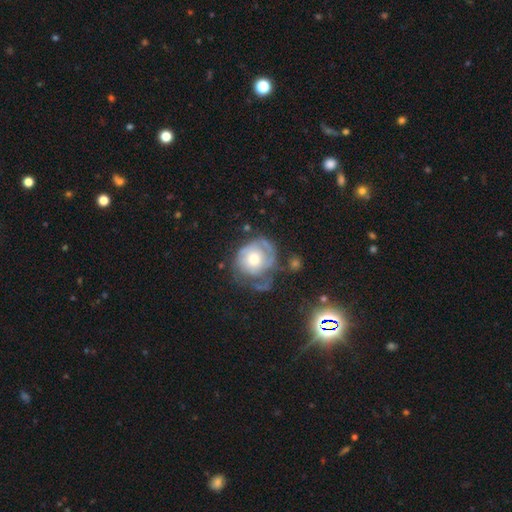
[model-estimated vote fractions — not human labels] Morphology: type=featured or disk (61%); edge-on=no (97%); bar=no (82%); spiral arms=yes (69%); bulge=moderate (61%); merging=none (41%).